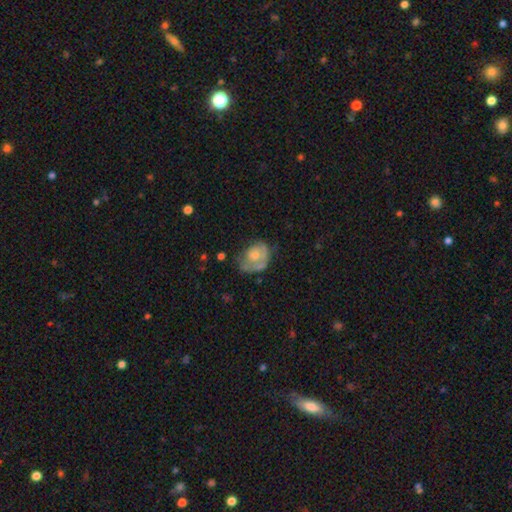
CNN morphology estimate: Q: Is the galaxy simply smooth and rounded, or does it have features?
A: smooth — 50%.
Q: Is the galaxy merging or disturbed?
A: none — 38%.